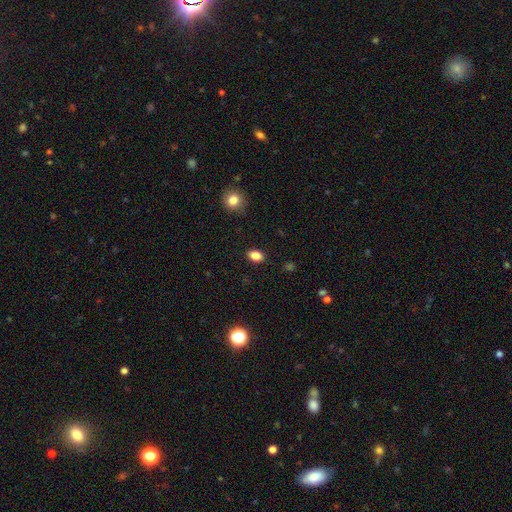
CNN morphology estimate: The model was most divided on "how rounded": in between: 81%, round: 17%, cigar-shaped: 2%. More confident: merging — none (88%); smooth or featured — smooth (84%).